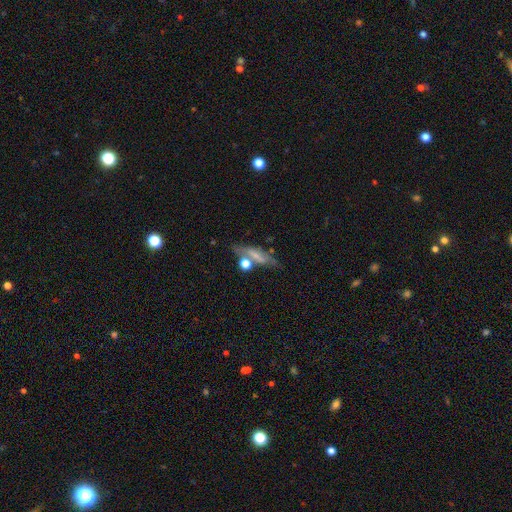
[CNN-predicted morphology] smooth_or_featured: smooth (p=0.48) [alt: featured or disk p=0.41]
merging: none (p=0.54) [alt: minor disturbance p=0.19]